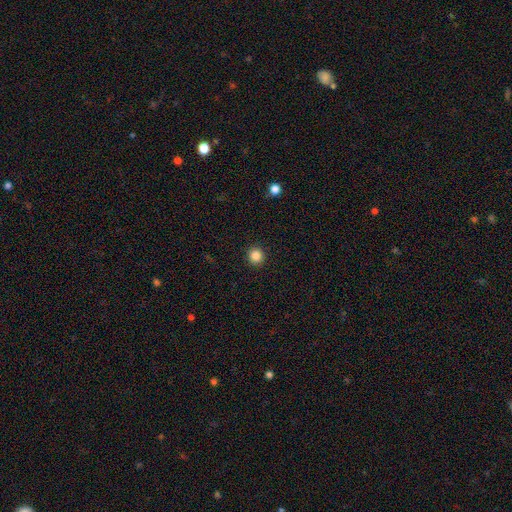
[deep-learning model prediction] A smooth galaxy with no disk features (85%) that is round (93%). Merging: none (93%).